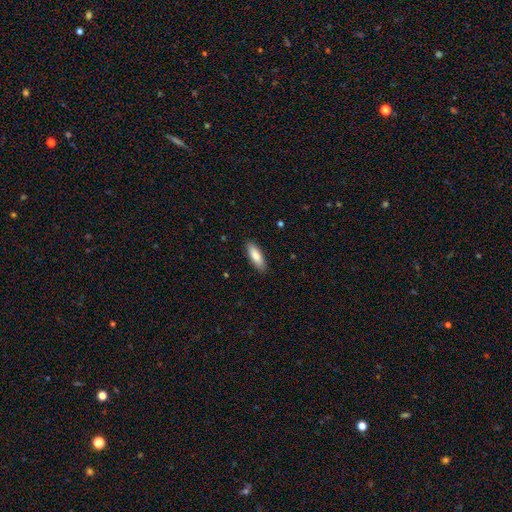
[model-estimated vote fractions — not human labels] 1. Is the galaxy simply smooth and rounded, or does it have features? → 83% smooth, 11% featured or disk, 6% star or artifact.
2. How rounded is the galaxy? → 60% in between, 38% cigar-shaped, 2% round.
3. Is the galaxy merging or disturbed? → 89% none, 8% minor disturbance, 2% major disturbance, 1% merger.